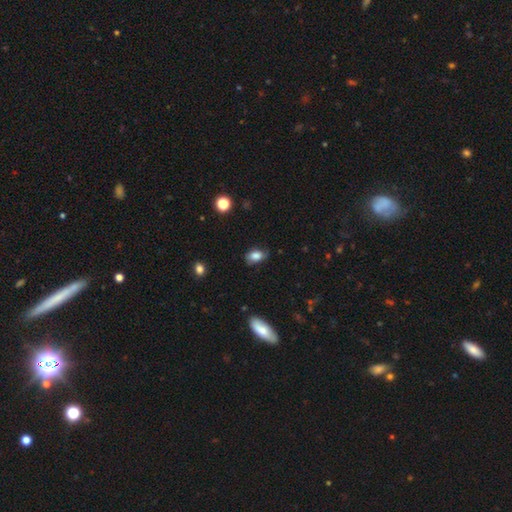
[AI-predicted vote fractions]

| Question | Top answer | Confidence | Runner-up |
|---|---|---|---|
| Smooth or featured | smooth | 78% | featured or disk (13%) |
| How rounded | in between | 87% | round (11%) |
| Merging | none | 66% | minor disturbance (26%) |